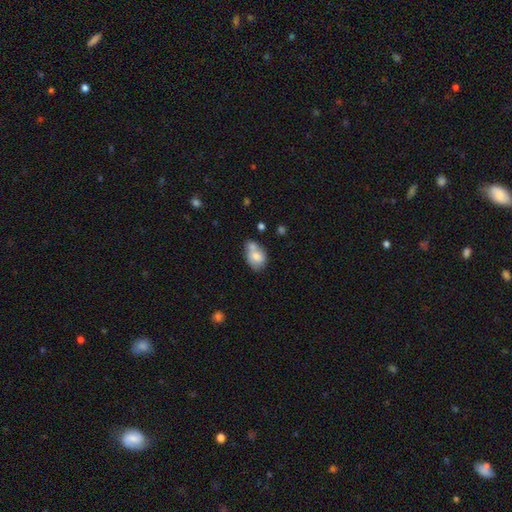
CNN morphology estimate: This appears to be a smooth galaxy with no disk features (74%) that is in between round and cigar-shaped (62%). Merging: merger (41%).